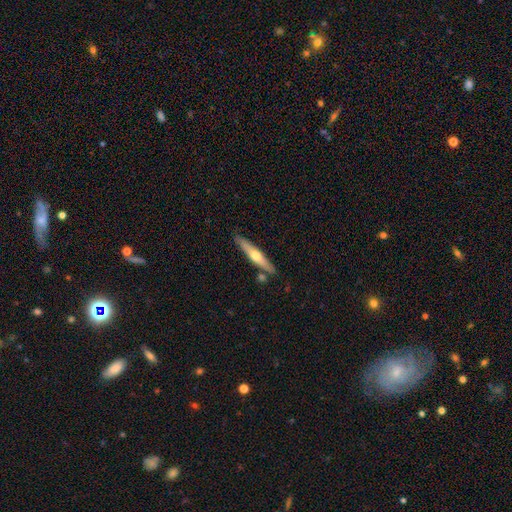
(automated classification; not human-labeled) A featured or disk galaxy (53%) viewed edge-on (93%).

Vote fractions:
- Smooth or featured? featured or disk: 53% / smooth: 42% / star or artifact: 5%
- Edge-on disk? yes: 93% / no: 7%
- Merging? none: 83% / minor disturbance: 10% / merger: 5% / major disturbance: 2%